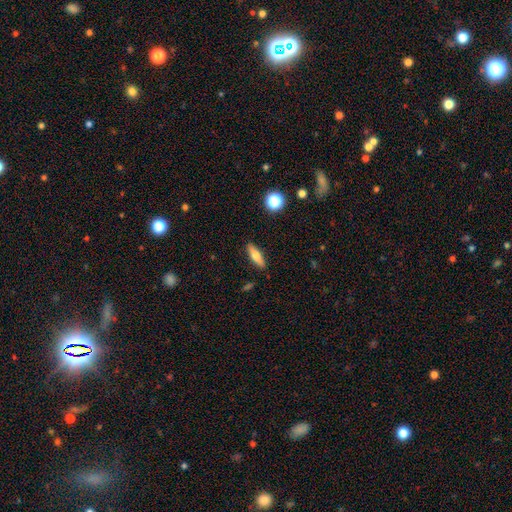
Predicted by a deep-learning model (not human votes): A smooth galaxy with no disk features (61%) that is cigar-shaped (54%).

Vote fractions:
- Smooth or featured? smooth: 61% / featured or disk: 31% / star or artifact: 7%
- How rounded? cigar-shaped: 54% / in between: 43% / round: 4%
- Merging? none: 89% / minor disturbance: 8% / major disturbance: 2% / merger: 1%